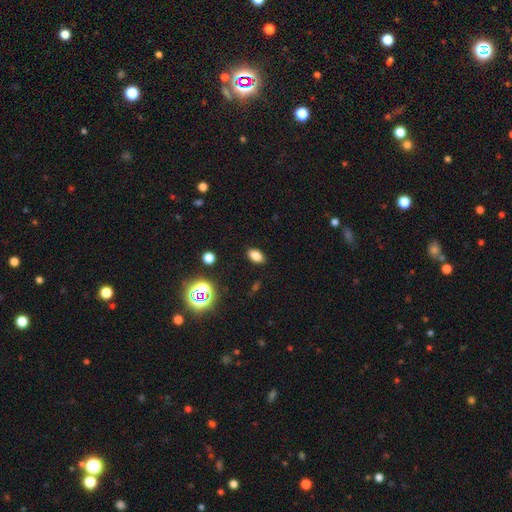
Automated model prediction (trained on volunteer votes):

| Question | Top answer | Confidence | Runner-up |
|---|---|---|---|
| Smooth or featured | smooth | 79% | star or artifact (15%) |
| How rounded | in between | 89% | round (8%) |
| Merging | none | 88% | minor disturbance (8%) |